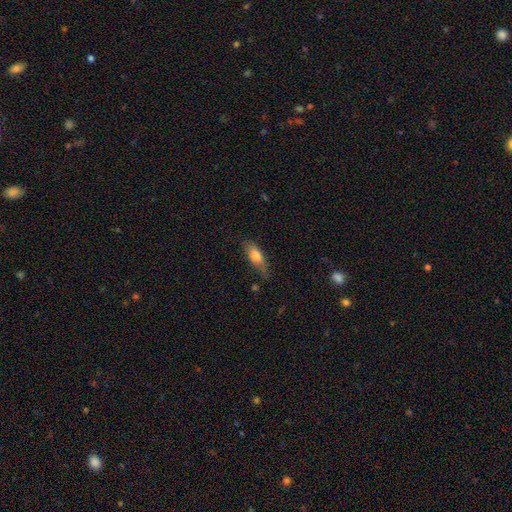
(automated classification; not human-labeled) smooth-or-featured: smooth: 71% | featured or disk: 22% | star or artifact: 7%
  how-rounded: in between: 67% | cigar-shaped: 29% | round: 4%
  merging: none: 61% | minor disturbance: 29% | major disturbance: 8% | merger: 3%